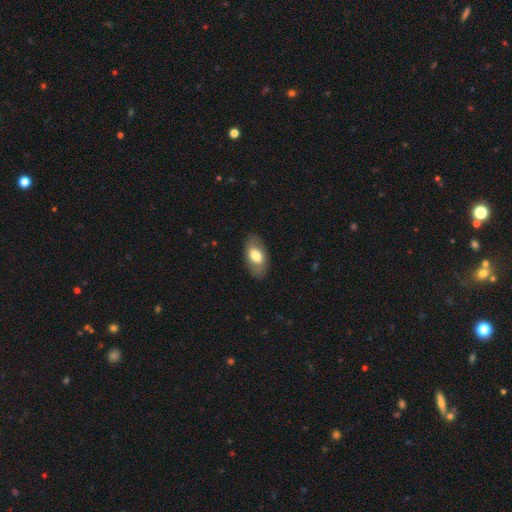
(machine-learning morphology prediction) type=smooth (68%); roundness=in between (92%); merging=none (81%).